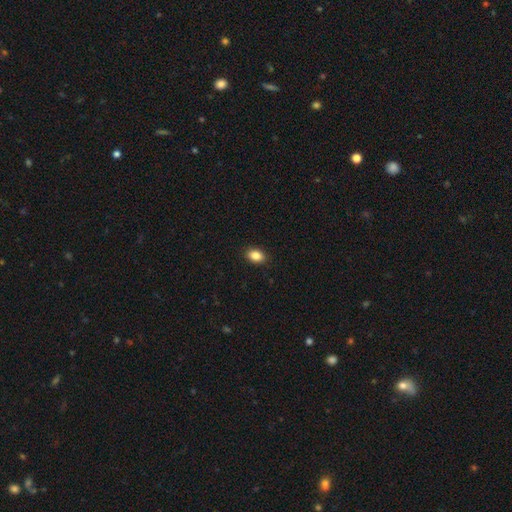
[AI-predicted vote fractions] Q: Smooth or featured?
A: smooth (86%); runner-up: star or artifact (9%)
Q: How rounded?
A: in between (80%); runner-up: round (18%)
Q: Merging?
A: none (90%); runner-up: minor disturbance (7%)